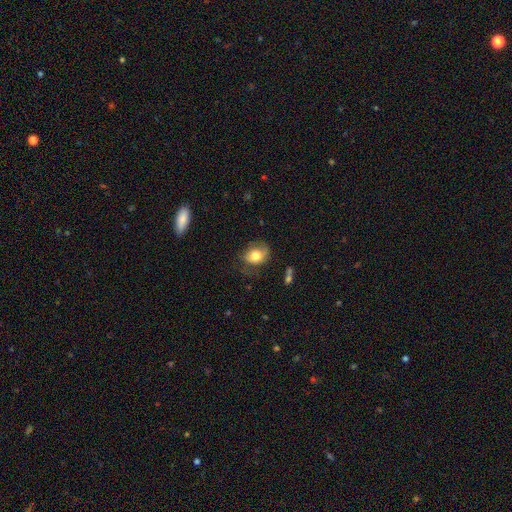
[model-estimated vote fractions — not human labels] smooth-or-featured: smooth: 74% | featured or disk: 18% | star or artifact: 8%
  how-rounded: in between: 57% | round: 41% | cigar-shaped: 1%
  merging: none: 53% | minor disturbance: 29% | major disturbance: 15% | merger: 2%